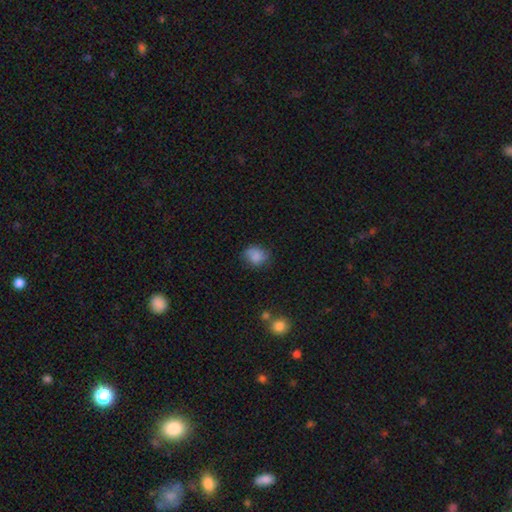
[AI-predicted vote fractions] Overall: smooth (82%). How rounded: round (61%; in between 38%). Merging: none (64%; minor disturbance 27%).